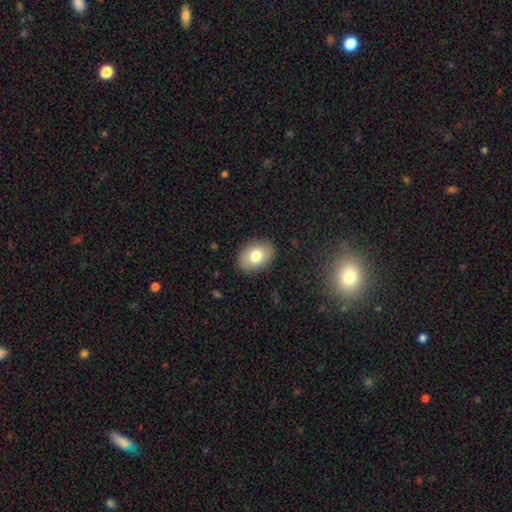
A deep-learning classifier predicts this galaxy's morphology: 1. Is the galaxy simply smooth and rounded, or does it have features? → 76% smooth, 16% featured or disk, 8% star or artifact.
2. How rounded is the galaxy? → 77% in between, 22% round, 1% cigar-shaped.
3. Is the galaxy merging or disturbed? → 88% none, 9% minor disturbance, 2% major disturbance, 1% merger.